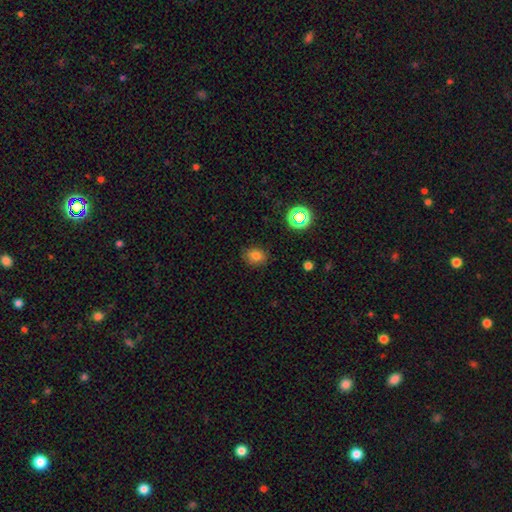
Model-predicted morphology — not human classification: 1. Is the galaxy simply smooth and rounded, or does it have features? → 78% smooth, 16% star or artifact, 7% featured or disk.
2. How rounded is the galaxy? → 51% round, 48% in between, 1% cigar-shaped.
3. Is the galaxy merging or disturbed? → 84% none, 12% minor disturbance, 3% major disturbance, 1% merger.